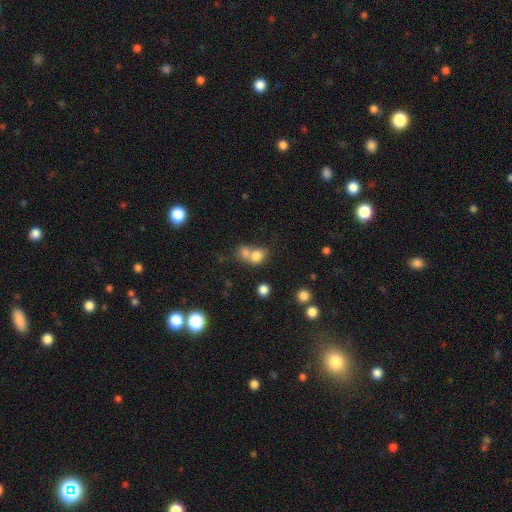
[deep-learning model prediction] Q: Smooth or featured?
A: smooth (77%); runner-up: featured or disk (12%)
Q: How rounded?
A: round (53%); runner-up: in between (45%)
Q: Merging?
A: merger (61%); runner-up: none (28%)